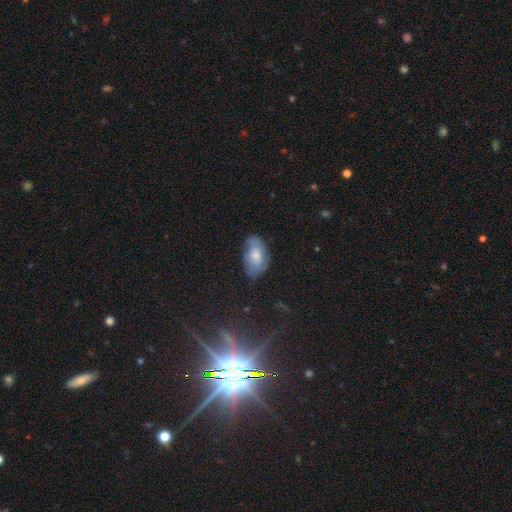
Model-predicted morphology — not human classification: Smooth or featured: smooth — 63% (featured or disk — 29%)
How rounded: in between — 92% (round — 6%)
Merging: none — 63% (minor disturbance — 27%)